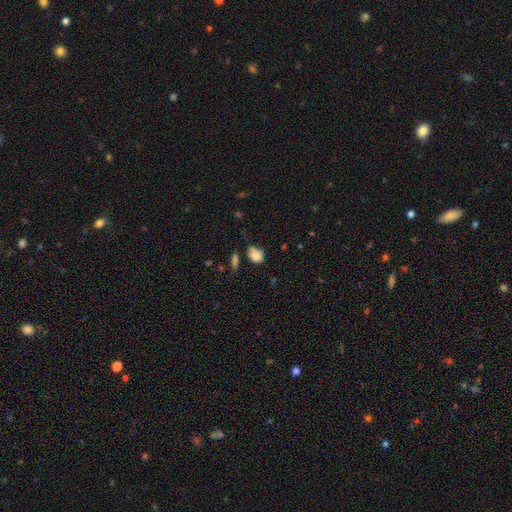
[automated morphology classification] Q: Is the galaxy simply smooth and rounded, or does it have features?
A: smooth — 75%.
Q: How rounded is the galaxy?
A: in between — 71%.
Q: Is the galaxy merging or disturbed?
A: none — 37%.